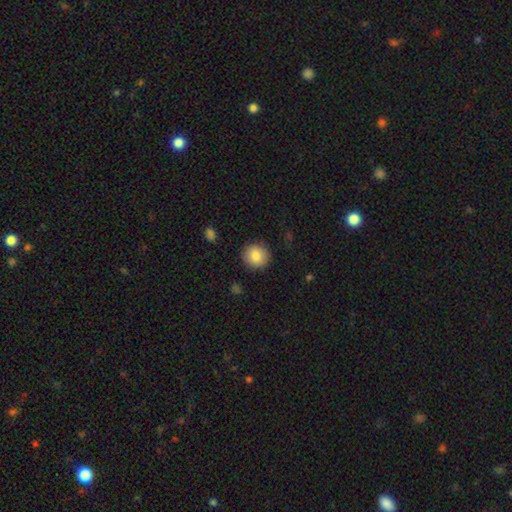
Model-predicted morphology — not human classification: smooth 83%, featured or disk 9%, star or artifact 8%. Down the decision tree: how rounded — round (90%); merging — none (89%).